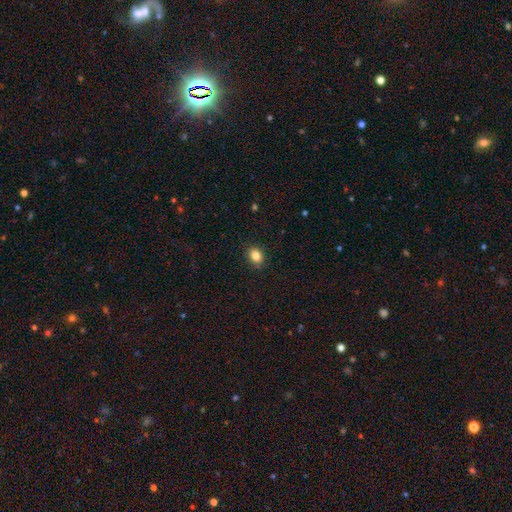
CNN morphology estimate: smooth_or_featured: smooth (p=0.85) [alt: star or artifact p=0.10]
how_rounded: in between (p=0.58) [alt: round p=0.41]
merging: none (p=0.88) [alt: minor disturbance p=0.09]